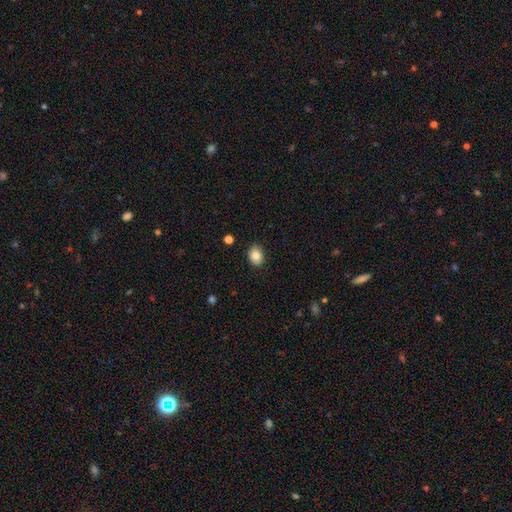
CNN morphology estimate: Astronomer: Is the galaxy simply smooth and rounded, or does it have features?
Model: smooth — 84%.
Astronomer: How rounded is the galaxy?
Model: in between — 65%.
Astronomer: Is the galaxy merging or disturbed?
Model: none — 87%.